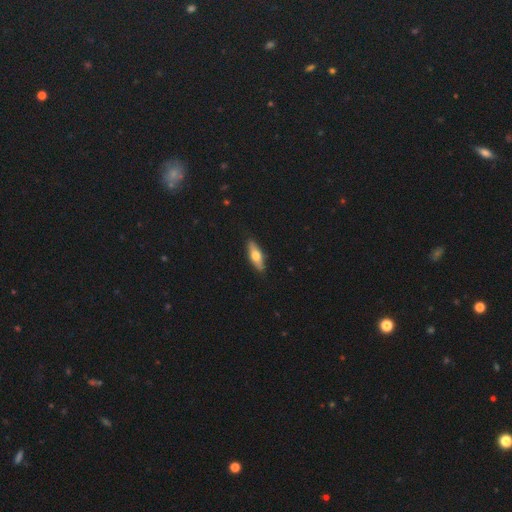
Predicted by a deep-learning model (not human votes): A smooth galaxy with no disk features (59%) that is in between round and cigar-shaped (51%).

Vote fractions:
- Smooth or featured? smooth: 59% / featured or disk: 35% / star or artifact: 5%
- How rounded? in between: 51% / cigar-shaped: 47% / round: 3%
- Merging? none: 88% / minor disturbance: 9% / major disturbance: 2% / merger: 1%